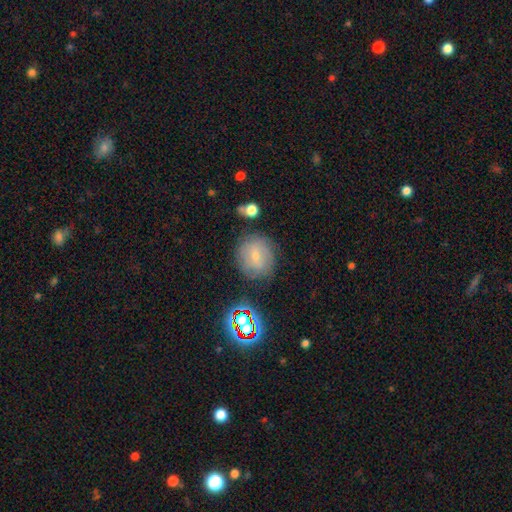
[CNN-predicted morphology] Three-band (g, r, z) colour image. It shows a smooth galaxy with no disk features (53%) that is round (87%). Merging: none (75%).